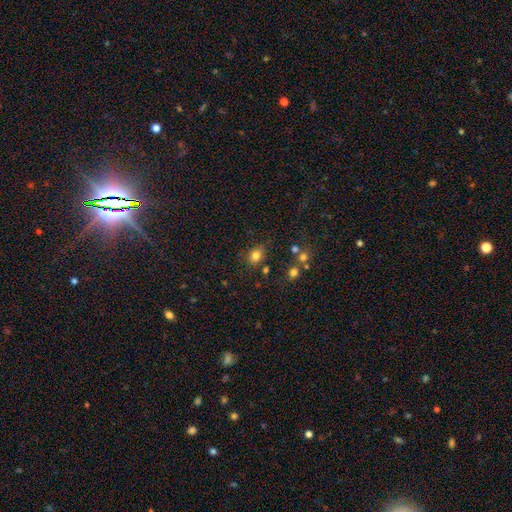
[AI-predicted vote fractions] This appears to be a smooth galaxy with no disk features (80%) that is round (52%). Merging: none (74%).